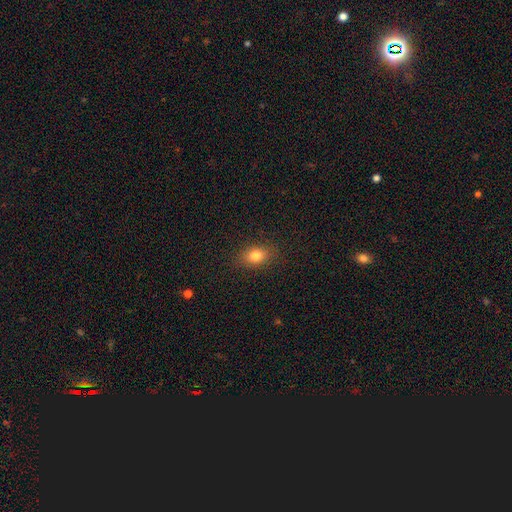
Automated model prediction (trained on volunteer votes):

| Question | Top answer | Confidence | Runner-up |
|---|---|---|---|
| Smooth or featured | smooth | 79% | star or artifact (11%) |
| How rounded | in between | 72% | round (26%) |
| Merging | none | 87% | minor disturbance (9%) |